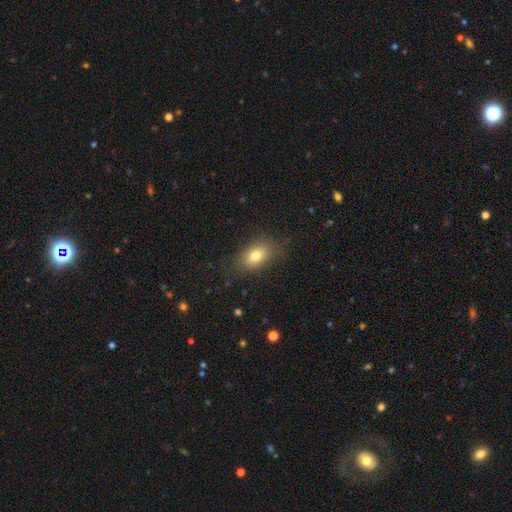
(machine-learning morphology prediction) This appears to be a smooth galaxy with no disk features (77%) that is in between round and cigar-shaped (84%). Merging: none (80%).